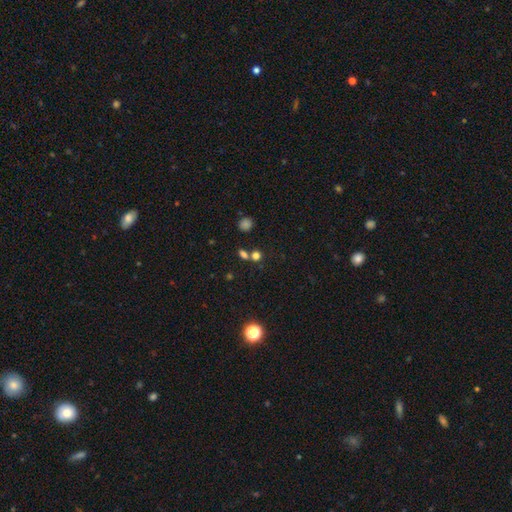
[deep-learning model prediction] Overall: smooth (67%). How rounded: round (74%). Merging: none (61%; merger 27%).